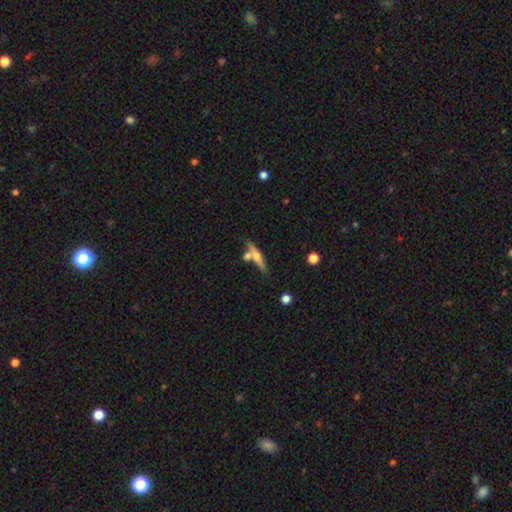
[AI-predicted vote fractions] featured or disk 53%, smooth 40%, star or artifact 7%. Down the decision tree: edge-on disk — yes (93%); merging — none (63%).